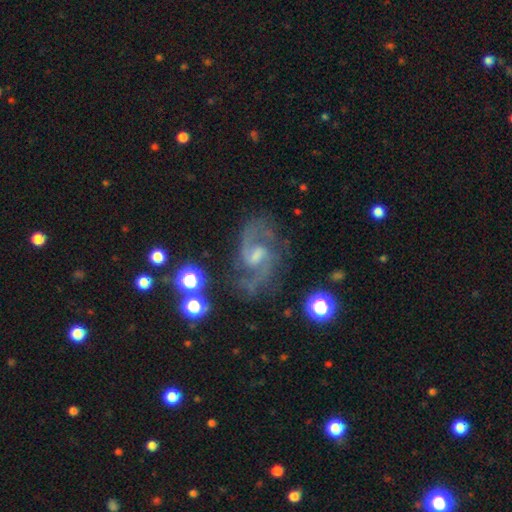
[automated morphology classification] smooth-or-featured: featured or disk: 87% | star or artifact: 8% | smooth: 5%
  disk-edge-on: no: 97% | yes: 3%
    bar: weak: 62% | no: 21% | strong: 17%
    has-spiral-arms: yes: 97% | no: 3%
      spiral-winding: medium: 56% | loose: 31% | tight: 13%
      spiral-arm-count: 2: 87% | can't tell: 4% | 3: 4% | 1: 2% | 4: 1% | more than 4: 1%
    bulge-size: small: 38% | moderate: 34% | none: 23% | large: 4% | dominant: 1%
  merging: none: 68% | minor disturbance: 17% | major disturbance: 12% | merger: 3%